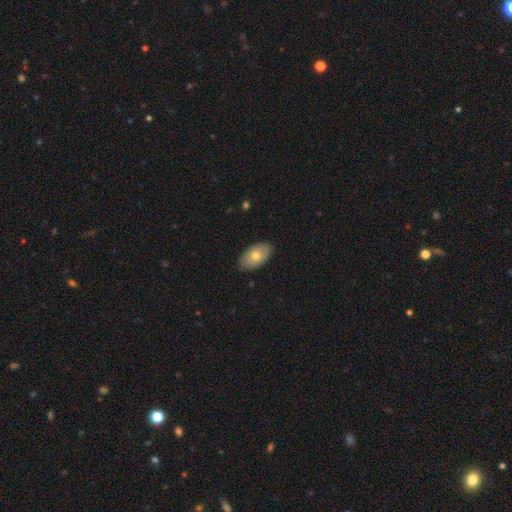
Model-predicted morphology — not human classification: smooth-or-featured: smooth: 71% | featured or disk: 22% | star or artifact: 7%
  how-rounded: in between: 93% | round: 5% | cigar-shaped: 2%
  merging: none: 86% | minor disturbance: 11% | major disturbance: 2% | merger: 1%